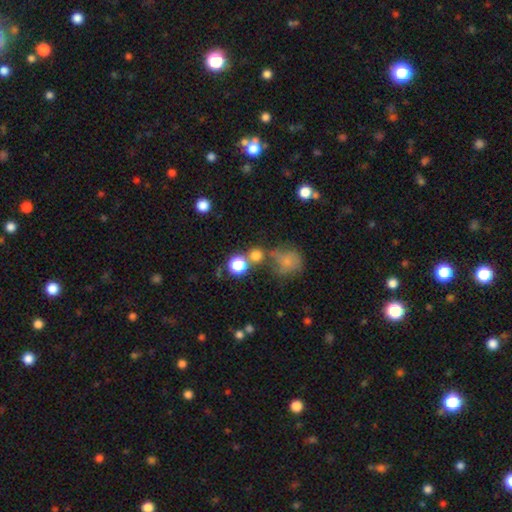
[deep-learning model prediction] smooth-or-featured: smooth: 72% | star or artifact: 20% | featured or disk: 8%
  how-rounded: round: 88% | in between: 11% | cigar-shaped: 1%
  merging: none: 57% | merger: 28% | minor disturbance: 9% | major disturbance: 6%